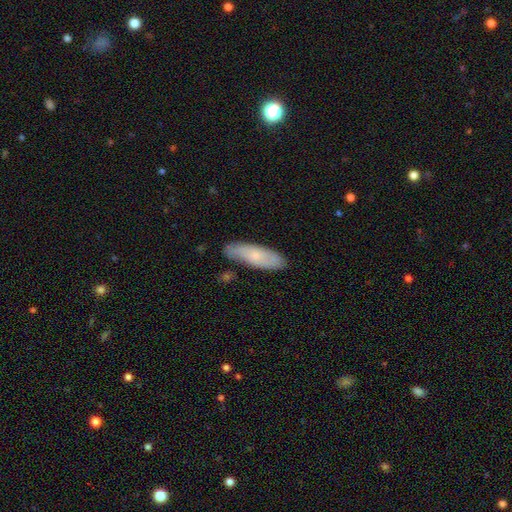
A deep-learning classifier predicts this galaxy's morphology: smooth-or-featured: smooth: 64% | featured or disk: 30% | star or artifact: 6%
  how-rounded: cigar-shaped: 51% | in between: 47% | round: 2%
  merging: none: 78% | minor disturbance: 16% | merger: 3% | major disturbance: 3%